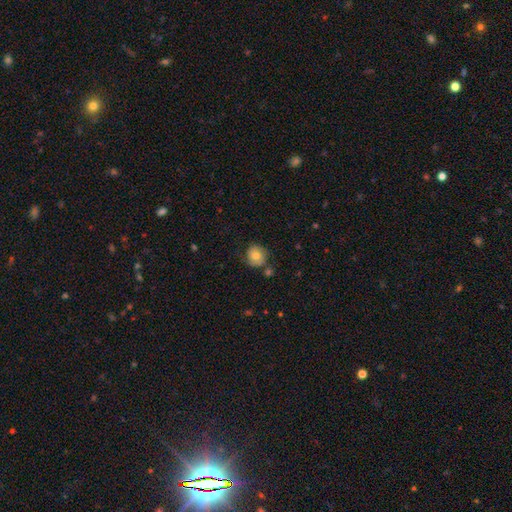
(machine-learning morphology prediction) A smooth galaxy with no disk features (70%) that is round (83%). Merging: none (71%).